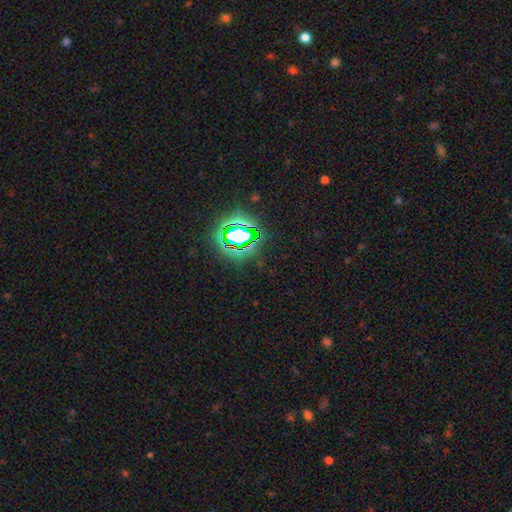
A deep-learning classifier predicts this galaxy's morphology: This is clearly a star or artifact rather than a galaxy (81%).